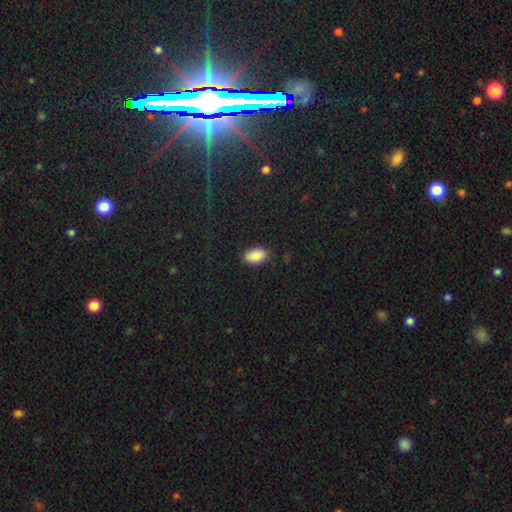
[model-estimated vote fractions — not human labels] Q: Smooth or featured?
A: smooth (89%); runner-up: star or artifact (8%)
Q: How rounded?
A: in between (93%); runner-up: round (5%)
Q: Merging?
A: none (86%); runner-up: minor disturbance (10%)